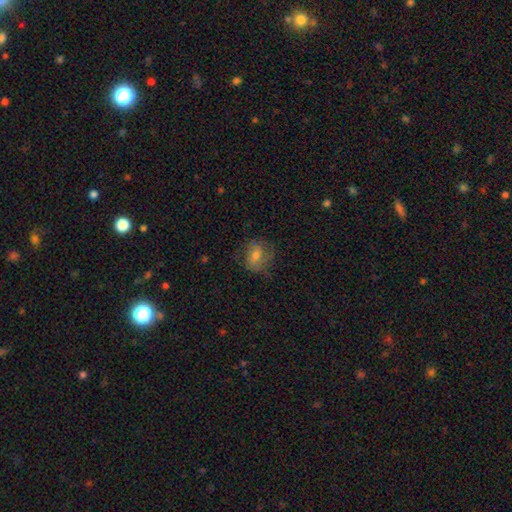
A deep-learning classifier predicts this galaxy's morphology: The model was most divided on "how rounded": round: 52%, in between: 46%, cigar-shaped: 2%. More confident: merging — none (63%); smooth or featured — smooth (59%).